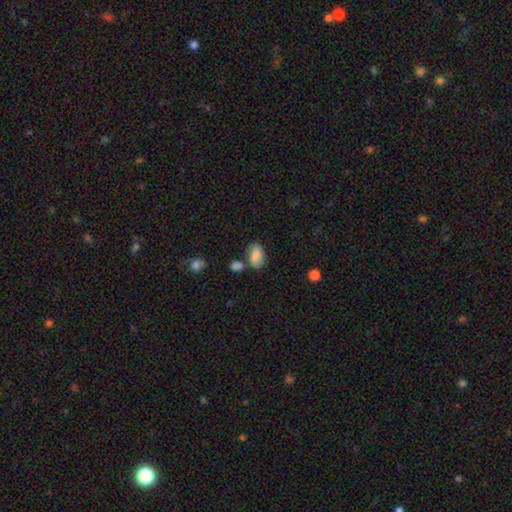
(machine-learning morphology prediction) smooth-or-featured: smooth: 80% | featured or disk: 12% | star or artifact: 8%
  how-rounded: in between: 91% | round: 8% | cigar-shaped: 2%
  merging: none: 61% | minor disturbance: 19% | merger: 15% | major disturbance: 6%